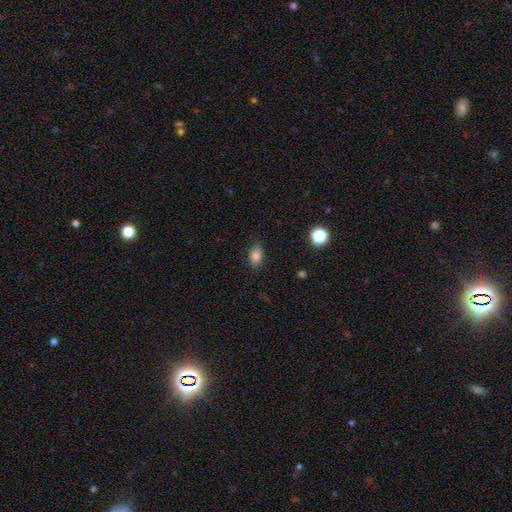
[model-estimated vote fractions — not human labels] This appears to be a smooth galaxy with no disk features (83%) that is in between round and cigar-shaped (86%). Merging: none (83%).